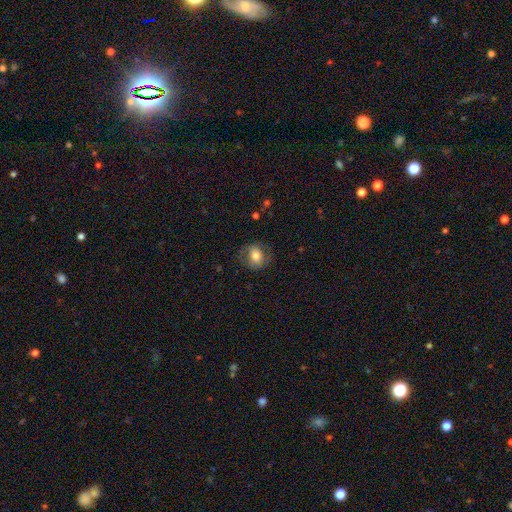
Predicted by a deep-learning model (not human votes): A smooth galaxy with no disk features (66%) that is round (59%).

Vote fractions:
- Smooth or featured? smooth: 66% / featured or disk: 25% / star or artifact: 9%
- How rounded? round: 59% / in between: 40% / cigar-shaped: 1%
- Merging? none: 74% / minor disturbance: 16% / major disturbance: 9% / merger: 1%